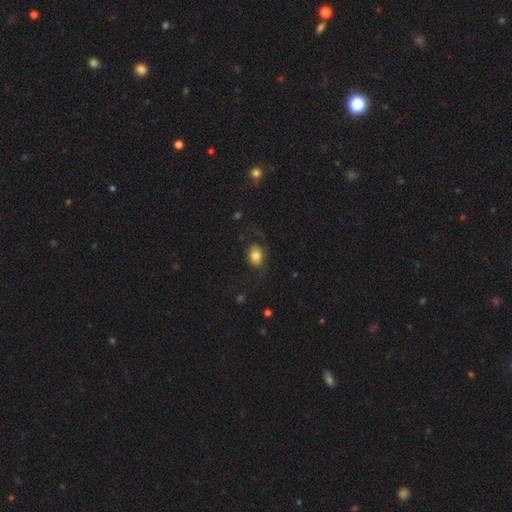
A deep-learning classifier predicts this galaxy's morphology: This is likely a smooth galaxy (76%). How rounded: possibly in between (59%). Merging: likely none (63%).